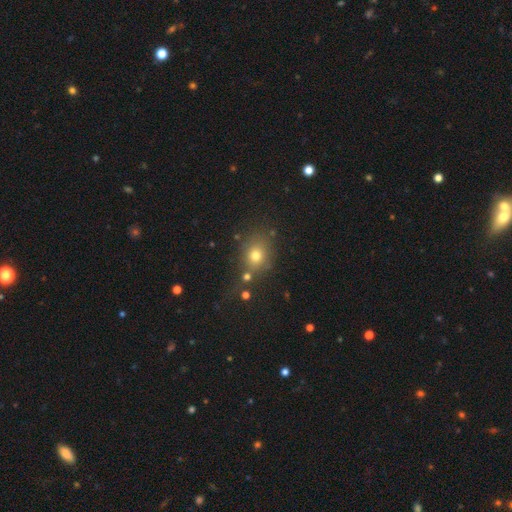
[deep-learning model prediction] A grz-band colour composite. It shows a smooth galaxy with no disk features (73%) that is round (60%). Merging: none (66%).